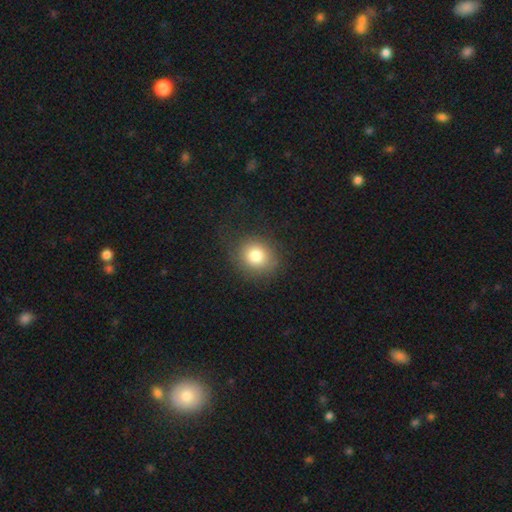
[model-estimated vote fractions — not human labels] A smooth galaxy with no disk features (80%) that is round (77%).

Vote fractions:
- Smooth or featured? smooth: 80% / star or artifact: 11% / featured or disk: 9%
- How rounded? round: 77% / in between: 22% / cigar-shaped: 1%
- Merging? none: 78% / minor disturbance: 13% / major disturbance: 7% / merger: 1%